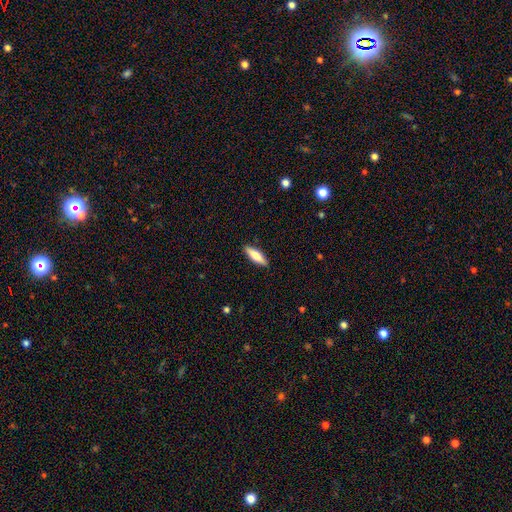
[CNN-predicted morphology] Smooth or featured: smooth — 72% (featured or disk — 23%)
How rounded: cigar-shaped — 54% (in between — 44%)
Merging: none — 89% (minor disturbance — 8%)